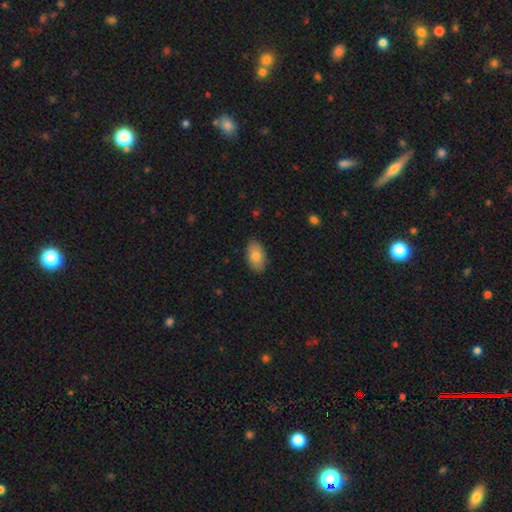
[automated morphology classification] A smooth galaxy with no disk features (81%) that is in between round and cigar-shaped (93%). Merging: none (85%).